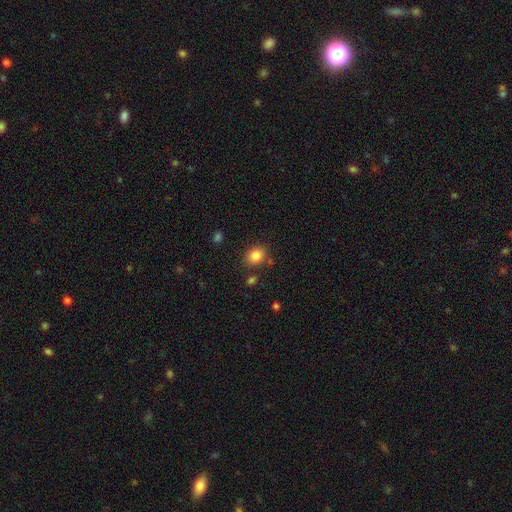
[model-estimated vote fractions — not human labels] Morphology: type=smooth (84%); roundness=round (54%); merging=none (77%).